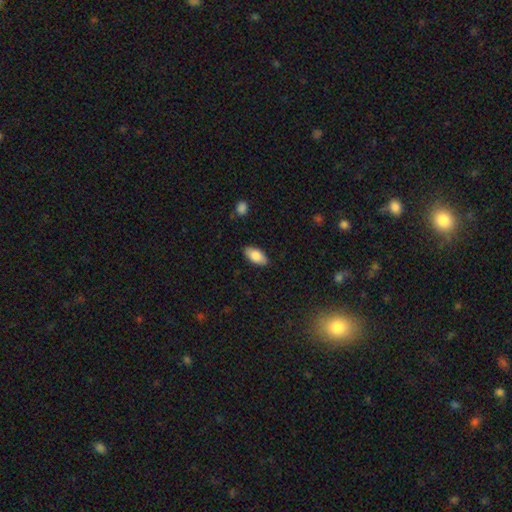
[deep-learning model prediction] Q: Smooth or featured?
A: smooth (84%); runner-up: featured or disk (10%)
Q: How rounded?
A: in between (93%); runner-up: cigar-shaped (4%)
Q: Merging?
A: none (86%); runner-up: minor disturbance (10%)